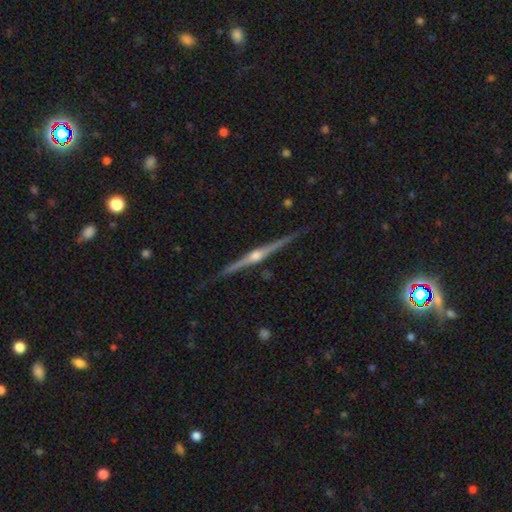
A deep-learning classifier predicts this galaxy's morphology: Smooth or featured? Predicted: featured or disk (p=0.86). Edge-on disk? Predicted: yes (p=0.98). Edge-on bulge? Predicted: rounded (p=0.90). Merging? Predicted: none (p=0.91).